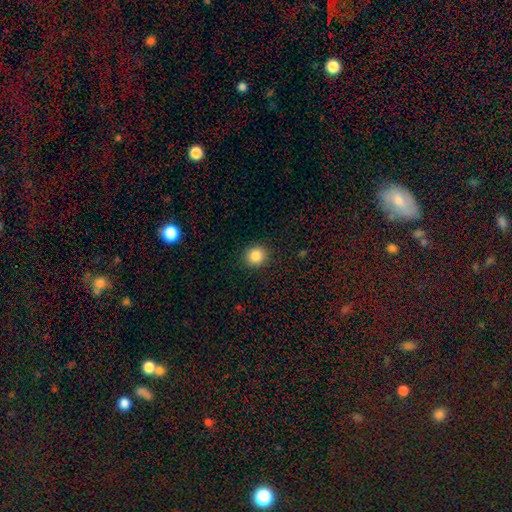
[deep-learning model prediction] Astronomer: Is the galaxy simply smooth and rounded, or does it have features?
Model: smooth — 85%.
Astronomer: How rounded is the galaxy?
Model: round — 84%.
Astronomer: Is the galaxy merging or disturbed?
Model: none — 90%.